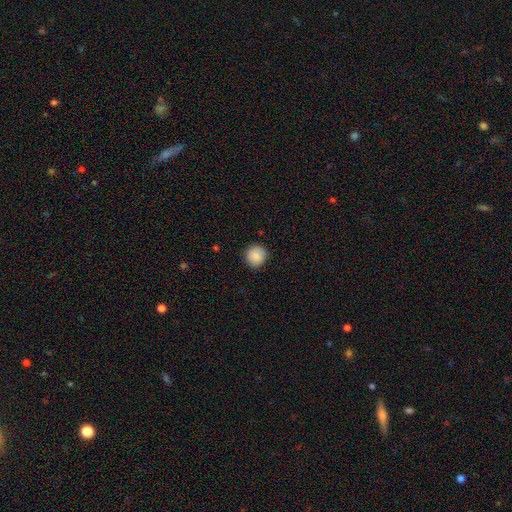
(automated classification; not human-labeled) A smooth galaxy with no disk features (88%) that is round (92%). Merging: none (89%).